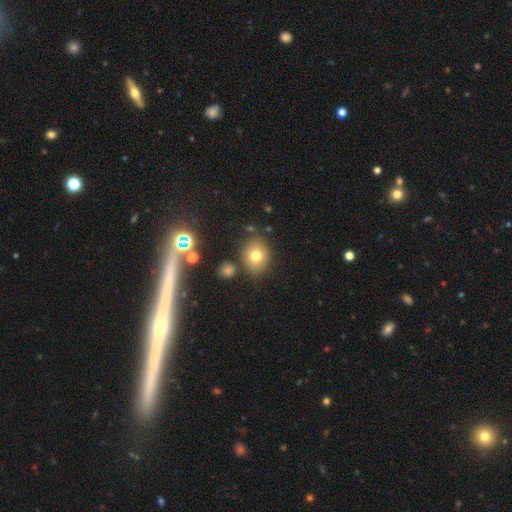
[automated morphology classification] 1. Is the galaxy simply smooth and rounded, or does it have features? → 73% smooth, 15% star or artifact, 12% featured or disk.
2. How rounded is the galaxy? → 59% round, 40% in between, 1% cigar-shaped.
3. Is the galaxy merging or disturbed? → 79% none, 11% minor disturbance, 7% merger, 4% major disturbance.